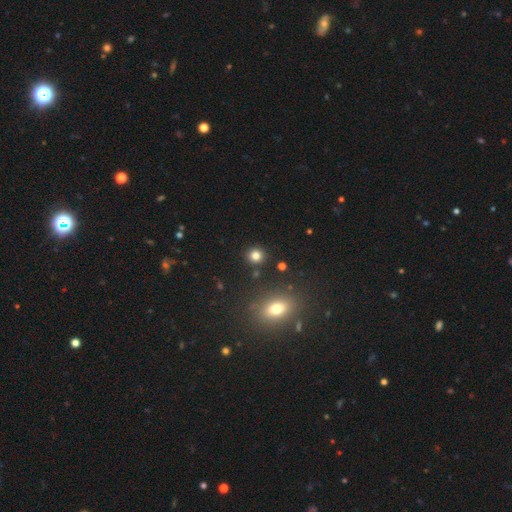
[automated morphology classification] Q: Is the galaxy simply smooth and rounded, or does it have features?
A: smooth — 81%.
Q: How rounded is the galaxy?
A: round — 89%.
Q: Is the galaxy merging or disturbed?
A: none — 89%.